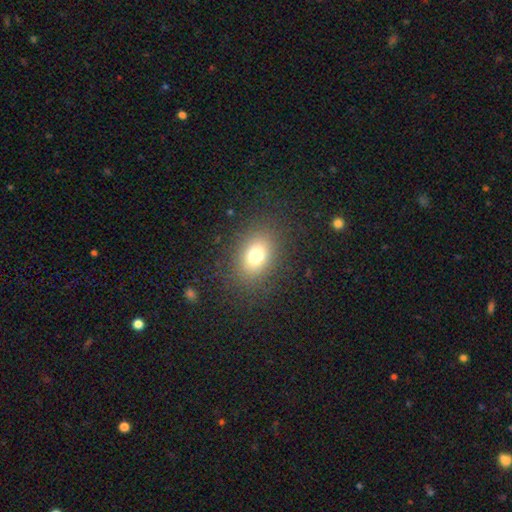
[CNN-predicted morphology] This appears to be a smooth galaxy with no disk features (73%) that is in between round and cigar-shaped (66%). Merging: none (84%).